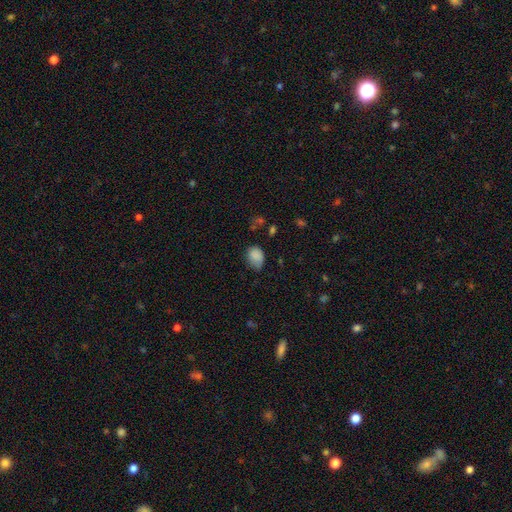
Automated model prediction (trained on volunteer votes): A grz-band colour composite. It shows a smooth galaxy with no disk features (85%) that is in between round and cigar-shaped (70%). Merging: none (55%).